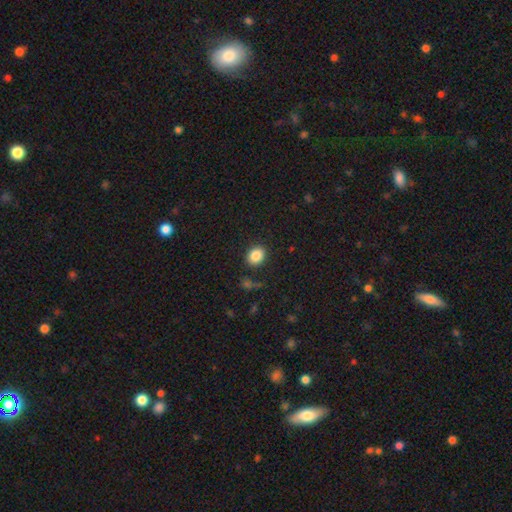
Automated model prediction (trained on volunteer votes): smooth 86%, star or artifact 9%, featured or disk 5%. Down the decision tree: how rounded — round (52%); merging — none (85%).